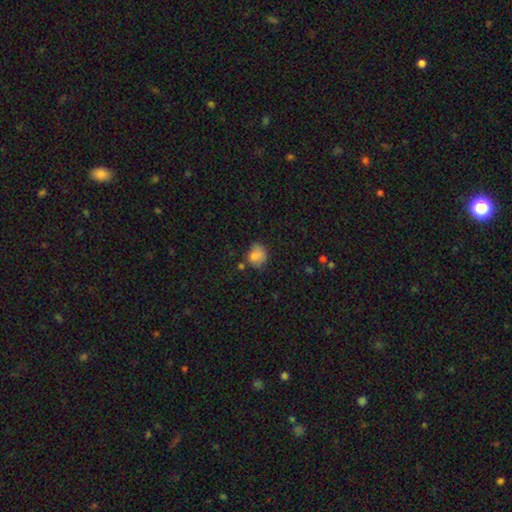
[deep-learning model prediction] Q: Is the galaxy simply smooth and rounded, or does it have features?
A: smooth — 80%.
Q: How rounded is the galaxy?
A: round — 61%.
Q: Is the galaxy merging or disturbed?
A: none — 59%.